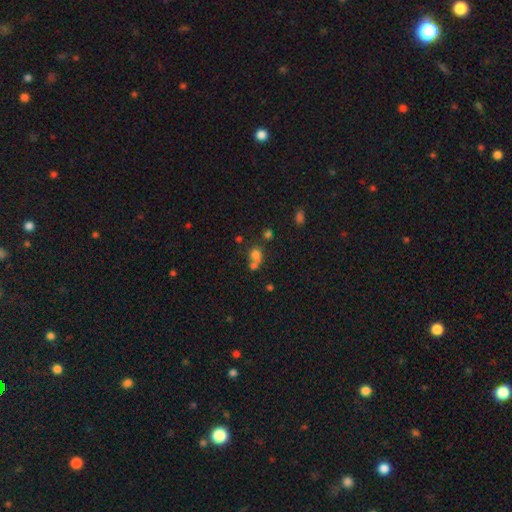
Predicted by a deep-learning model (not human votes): Morphology: type=smooth (67%); roundness=round (77%); merging=merger (48%).